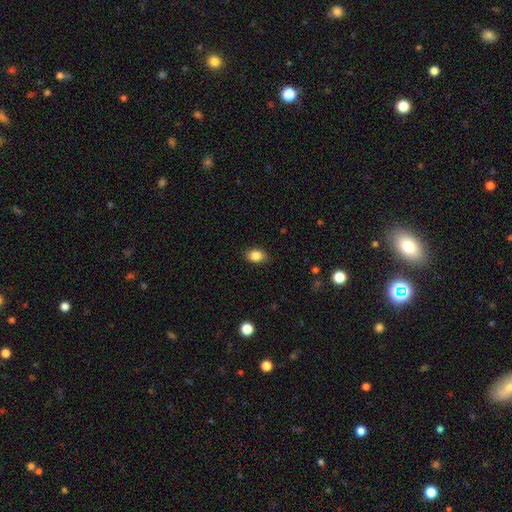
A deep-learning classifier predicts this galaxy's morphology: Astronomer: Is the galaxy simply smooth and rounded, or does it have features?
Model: smooth — 86%.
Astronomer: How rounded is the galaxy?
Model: in between — 77%.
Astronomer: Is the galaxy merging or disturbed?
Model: none — 86%.